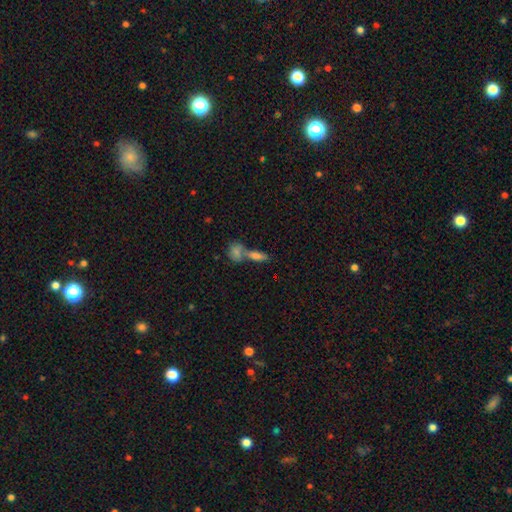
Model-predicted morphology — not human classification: type=smooth (71%); roundness=in between (65%); merging=merger (52%).